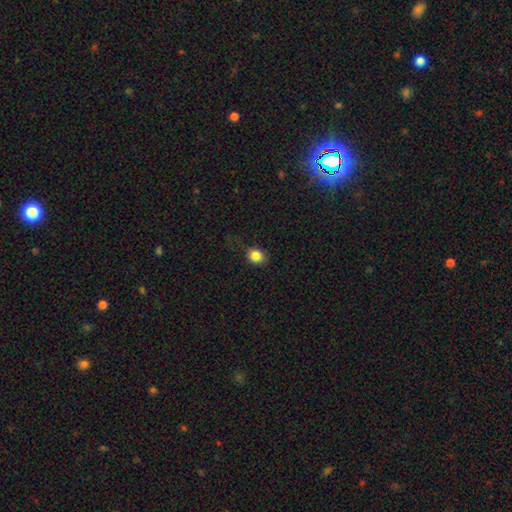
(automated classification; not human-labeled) Smooth or featured?
  - smooth: 84% *
  - star or artifact: 11%
  - featured or disk: 5%
How rounded?
  - round: 70% *
  - in between: 29%
  - cigar-shaped: 1%
Merging?
  - none: 77% *
  - minor disturbance: 17%
  - major disturbance: 5%
  - merger: 1%